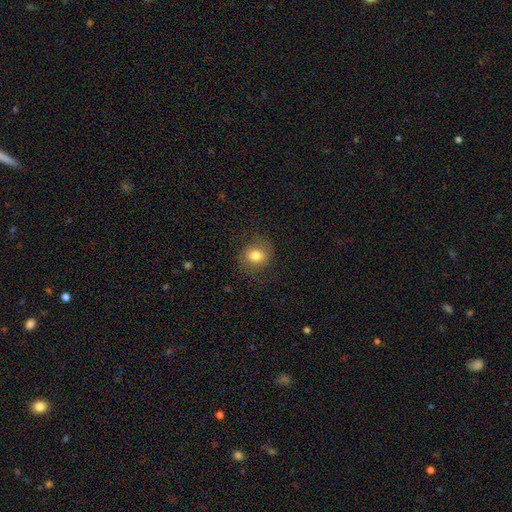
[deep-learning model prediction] Q: Smooth or featured?
A: smooth (71%); runner-up: featured or disk (19%)
Q: How rounded?
A: round (72%); runner-up: in between (27%)
Q: Merging?
A: none (77%); runner-up: minor disturbance (14%)